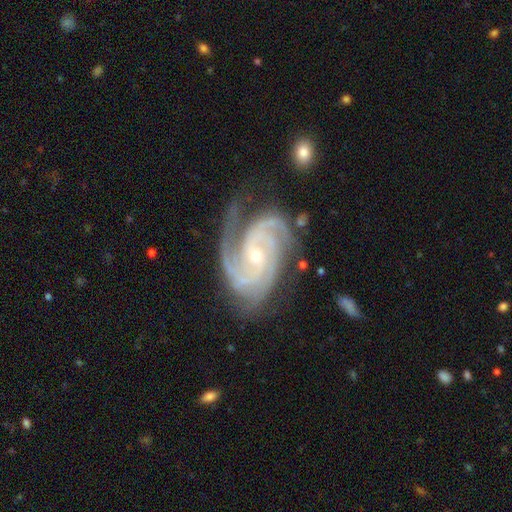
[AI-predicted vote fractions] Q: Smooth or featured?
A: featured or disk (94%); runner-up: star or artifact (4%)
Q: Edge-on disk?
A: no (98%); runner-up: yes (2%)
Q: Bar?
A: no (57%); runner-up: weak (32%)
Q: Spiral arms?
A: yes (99%); runner-up: no (1%)
Q: Spiral winding?
A: tight (60%); runner-up: medium (36%)
Q: Spiral arm count?
A: 3 (52%); runner-up: 2 (17%)
Q: Bulge size?
A: small (61%); runner-up: moderate (37%)
Q: Merging?
A: none (68%); runner-up: minor disturbance (21%)